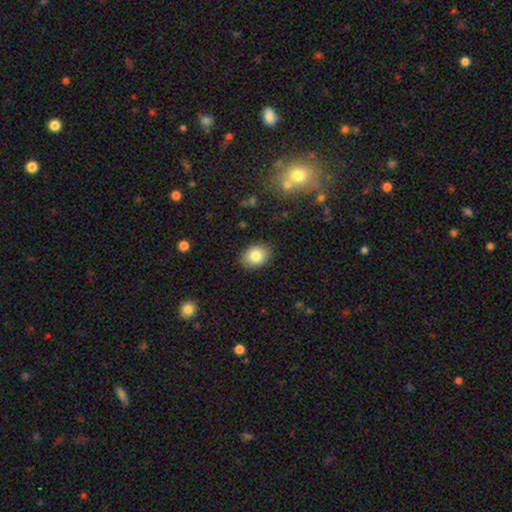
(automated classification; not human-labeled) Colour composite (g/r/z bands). It shows a smooth galaxy with no disk features (83%) that is in between round and cigar-shaped (72%). Merging: none (86%).